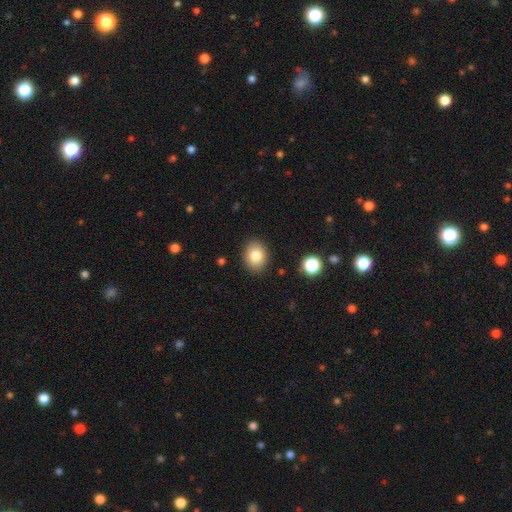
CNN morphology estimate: Smooth or featured? smooth (82%)
How rounded? in between (53%)
Merging? none (88%)